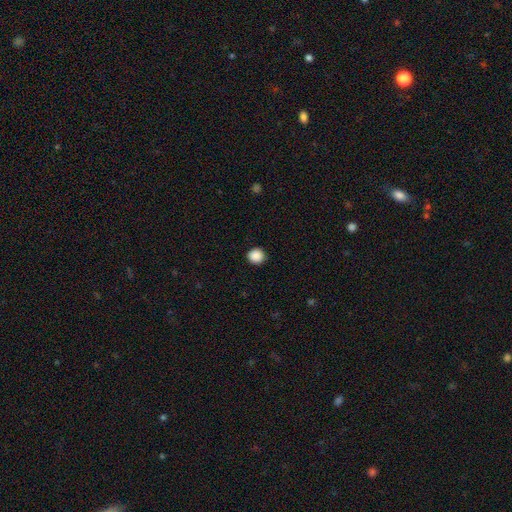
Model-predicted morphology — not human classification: type=smooth (88%); roundness=round (92%); merging=none (91%).